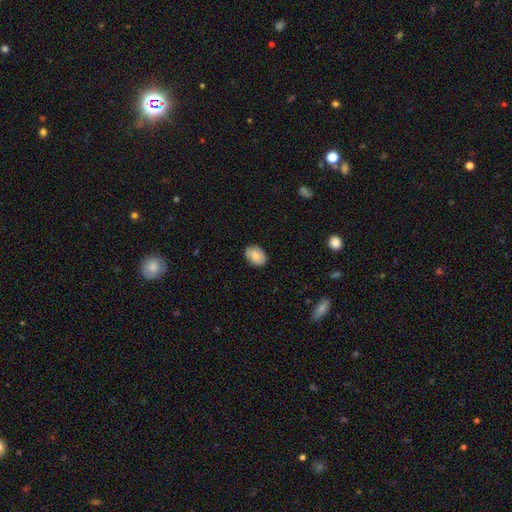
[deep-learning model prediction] Q: Smooth or featured?
A: smooth (81%); runner-up: featured or disk (12%)
Q: How rounded?
A: in between (75%); runner-up: round (24%)
Q: Merging?
A: none (87%); runner-up: minor disturbance (10%)